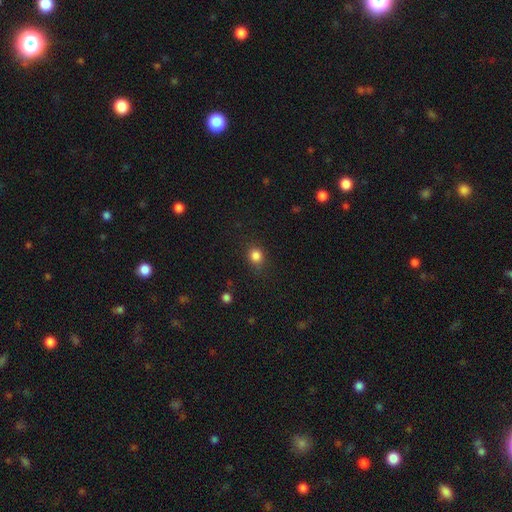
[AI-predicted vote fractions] This appears to be a smooth galaxy with no disk features (84%) that is round (79%). Merging: none (83%).